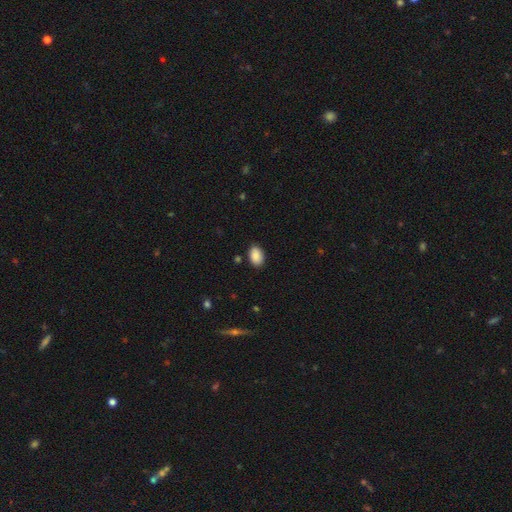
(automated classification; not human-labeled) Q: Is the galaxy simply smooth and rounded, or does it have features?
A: smooth — 89%.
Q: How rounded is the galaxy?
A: in between — 87%.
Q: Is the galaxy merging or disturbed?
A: none — 86%.